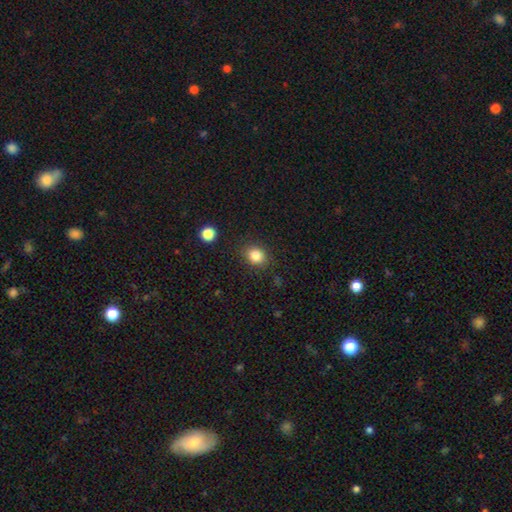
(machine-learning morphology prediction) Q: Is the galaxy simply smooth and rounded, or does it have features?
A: smooth — 84%.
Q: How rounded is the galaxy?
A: round — 66%.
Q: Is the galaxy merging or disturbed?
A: none — 84%.